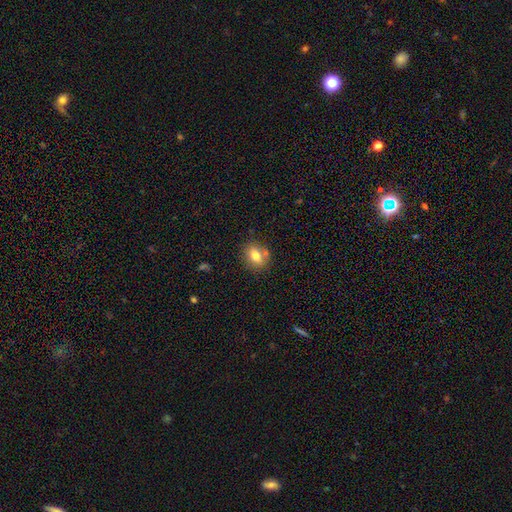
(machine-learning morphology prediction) A smooth galaxy with no disk features (76%) that is in between round and cigar-shaped (61%).

Vote fractions:
- Smooth or featured? smooth: 76% / featured or disk: 14% / star or artifact: 9%
- How rounded? in between: 61% / round: 37% / cigar-shaped: 2%
- Merging? none: 73% / minor disturbance: 13% / merger: 10% / major disturbance: 3%